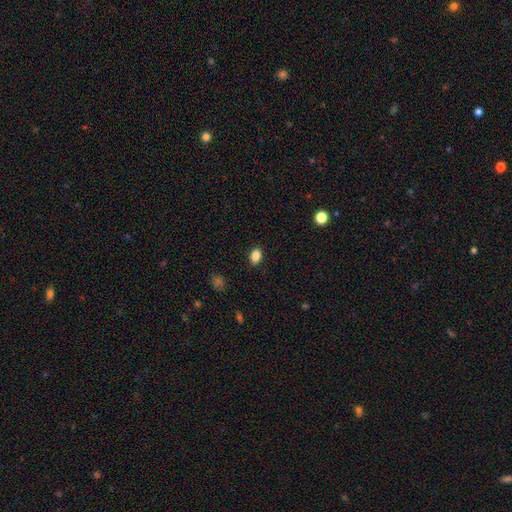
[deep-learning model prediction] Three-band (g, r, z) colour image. It shows a smooth galaxy with no disk features (87%) that is in between round and cigar-shaped (86%). Merging: none (88%).